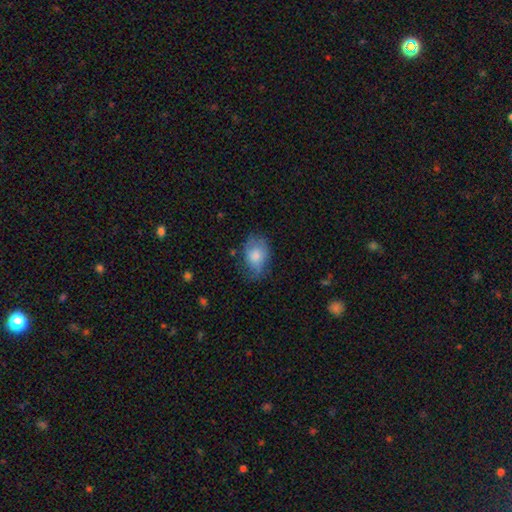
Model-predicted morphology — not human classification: smooth 74%, featured or disk 19%, star or artifact 7%. Down the decision tree: how rounded — in between (77%); merging — none (50%).